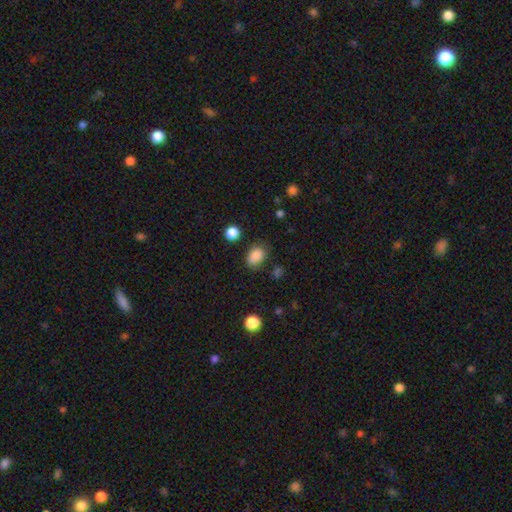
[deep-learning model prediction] A smooth galaxy with no disk features (86%) that is in between round and cigar-shaped (73%). Merging: none (76%).